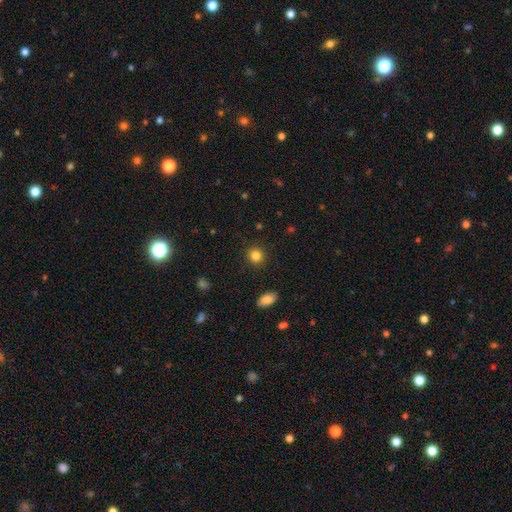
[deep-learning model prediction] A smooth galaxy with no disk features (85%) that is round (85%). Merging: none (90%).